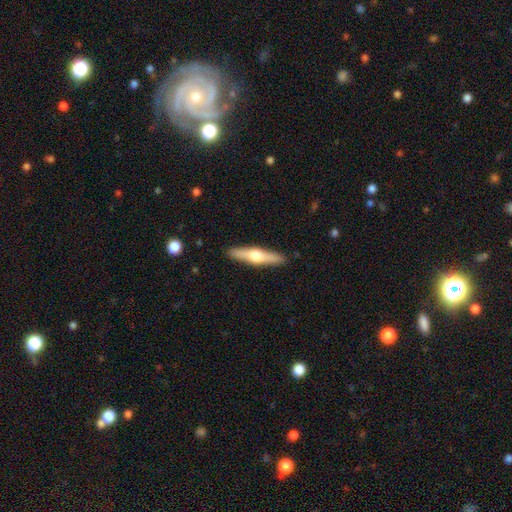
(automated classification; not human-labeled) Smooth or featured? featured or disk (57%)
Edge-on disk? yes (95%)
Edge-on bulge? rounded (94%)
Merging? none (91%)